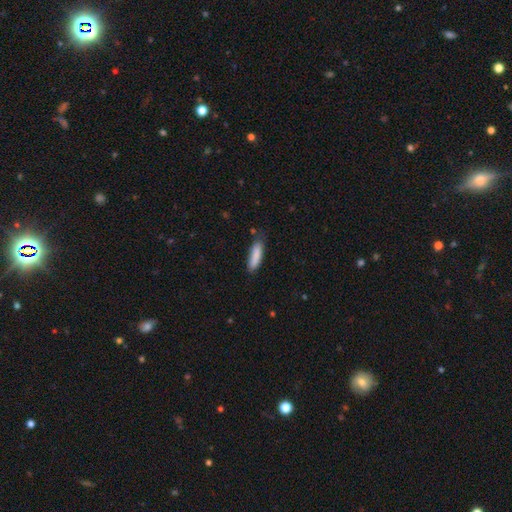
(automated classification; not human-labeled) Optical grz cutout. It shows a smooth galaxy with no disk features (87%) that is cigar-shaped (67%). Merging: none (73%).